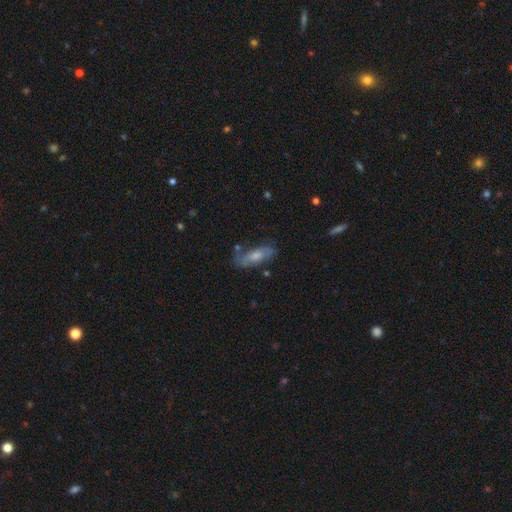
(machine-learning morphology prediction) Smooth or featured?
  - smooth: 53% *
  - featured or disk: 40%
  - star or artifact: 8%
How rounded?
  - in between: 66% *
  - cigar-shaped: 31%
  - round: 3%
Merging?
  - none: 66% *
  - minor disturbance: 22%
  - major disturbance: 7%
  - merger: 5%